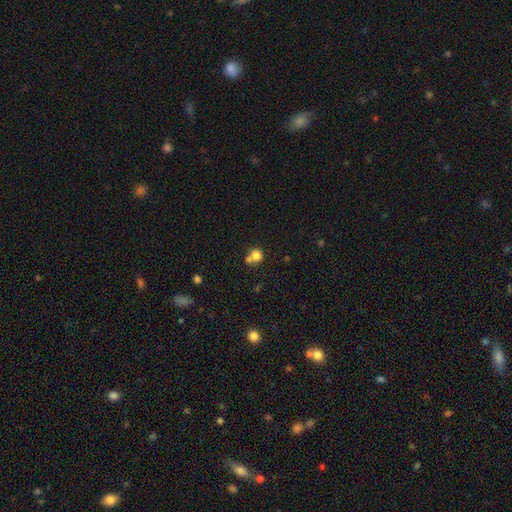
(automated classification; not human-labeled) Q: Smooth or featured?
A: smooth (80%); runner-up: star or artifact (11%)
Q: How rounded?
A: round (85%); runner-up: in between (14%)
Q: Merging?
A: none (47%); runner-up: merger (40%)